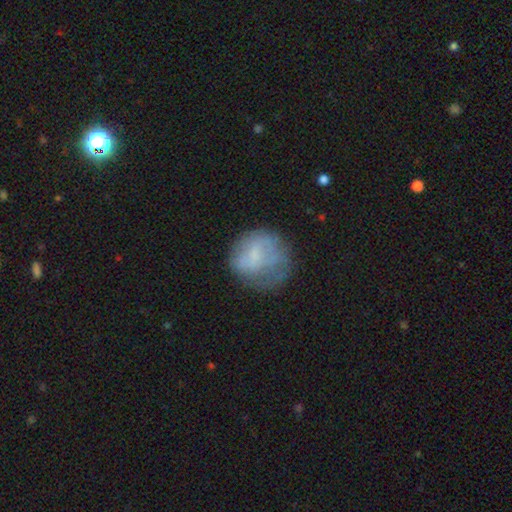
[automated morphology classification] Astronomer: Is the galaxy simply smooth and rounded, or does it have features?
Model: smooth — 59%.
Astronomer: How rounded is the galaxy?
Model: round — 77%.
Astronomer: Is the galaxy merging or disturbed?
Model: none — 49% (runner-up: minor disturbance, 26%).